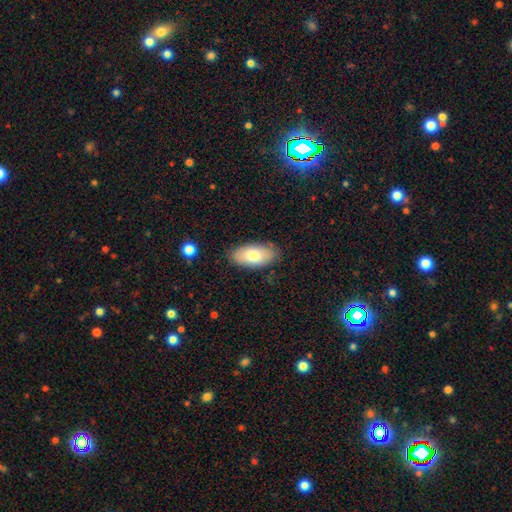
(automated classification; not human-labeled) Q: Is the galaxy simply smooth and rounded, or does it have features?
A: smooth — 76%.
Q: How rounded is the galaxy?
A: in between — 93%.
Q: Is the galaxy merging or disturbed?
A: none — 84%.